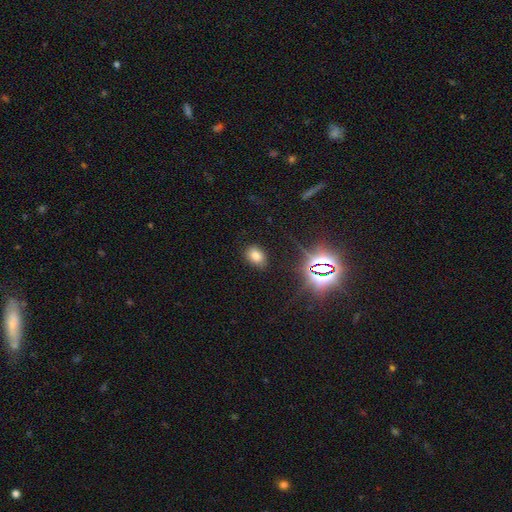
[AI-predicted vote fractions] smooth-or-featured: smooth: 72% | star or artifact: 21% | featured or disk: 7%
  how-rounded: in between: 75% | round: 24% | cigar-shaped: 1%
  merging: none: 83% | minor disturbance: 12% | major disturbance: 4% | merger: 2%